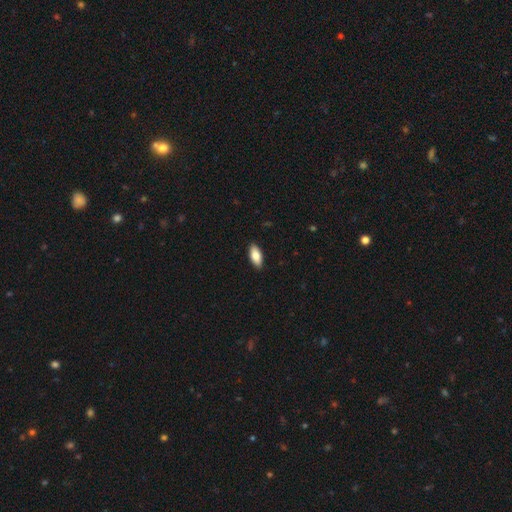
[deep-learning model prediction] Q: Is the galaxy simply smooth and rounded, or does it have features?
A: smooth — 82%.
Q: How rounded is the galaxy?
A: in between — 89%.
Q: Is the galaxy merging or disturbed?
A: none — 90%.